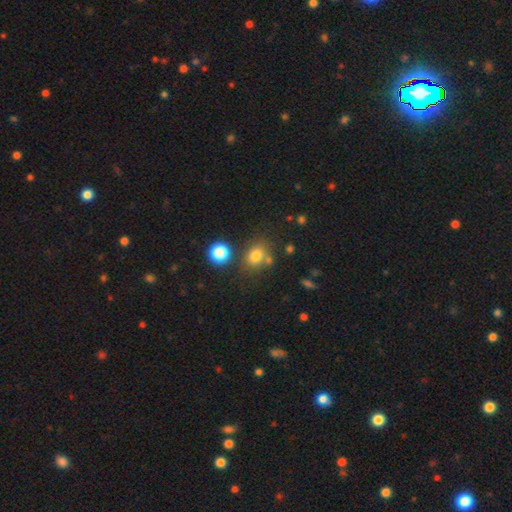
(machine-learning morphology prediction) Smooth or featured? smooth (77%)
How rounded? round (53%)
Merging? none (66%)